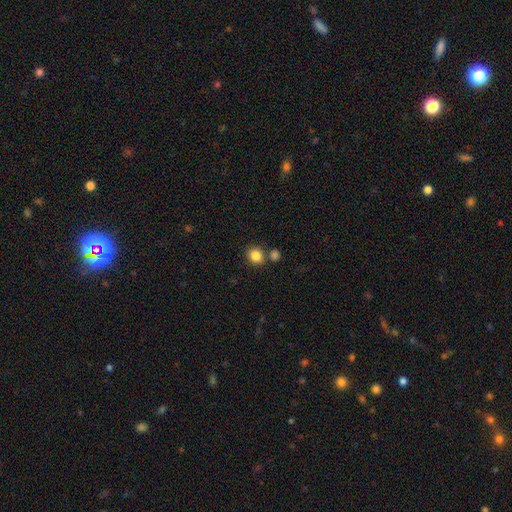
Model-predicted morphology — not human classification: The model was most divided on "merging": none: 72%, merger: 16%, minor disturbance: 9%, major disturbance: 3%. More confident: smooth or featured — smooth (84%); how rounded — round (81%).